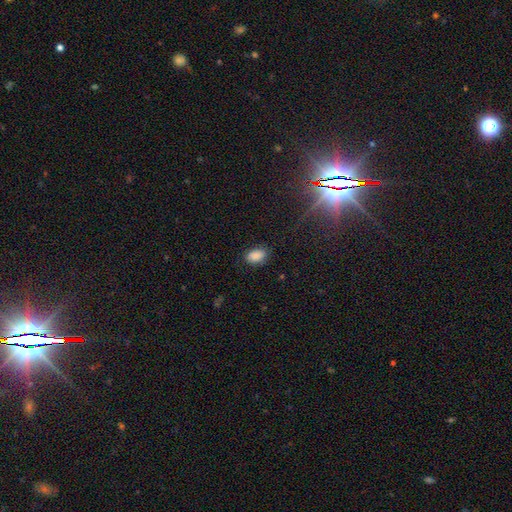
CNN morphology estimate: This appears to be a smooth galaxy with no disk features (86%) that is in between round and cigar-shaped (89%). Merging: none (80%).